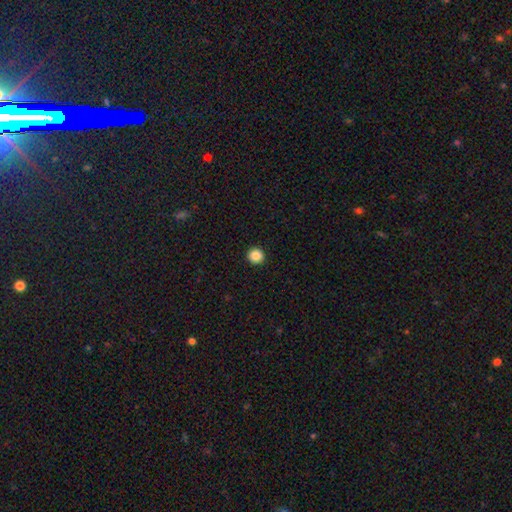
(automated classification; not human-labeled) Morphology: type=smooth (87%); roundness=round (94%); merging=none (94%).